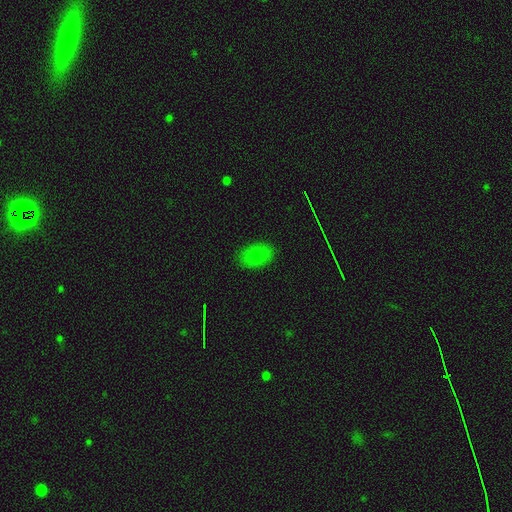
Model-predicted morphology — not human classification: Smooth or featured? Predicted: smooth (p=0.73). How rounded? Predicted: in between (p=0.76). Merging? Predicted: none (p=0.85).